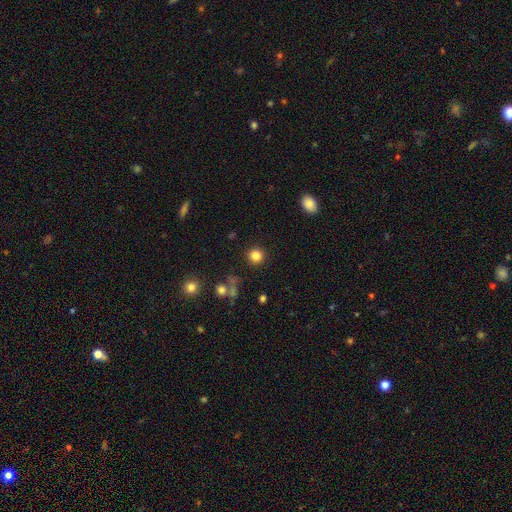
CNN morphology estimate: Smooth or featured?
  - smooth: 83% *
  - star or artifact: 12%
  - featured or disk: 5%
How rounded?
  - round: 92% *
  - in between: 7%
  - cigar-shaped: 1%
Merging?
  - none: 89% *
  - minor disturbance: 6%
  - major disturbance: 3%
  - merger: 2%